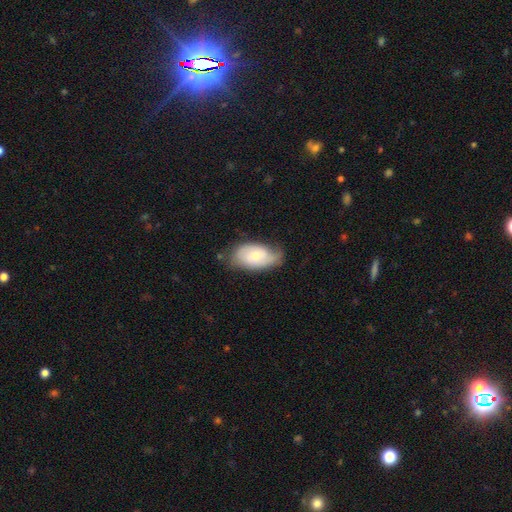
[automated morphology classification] Smooth or featured?
  - smooth: 51% *
  - featured or disk: 42%
  - star or artifact: 6%
How rounded?
  - in between: 92% *
  - round: 6%
  - cigar-shaped: 2%
Merging?
  - none: 56% *
  - minor disturbance: 32%
  - major disturbance: 9%
  - merger: 2%